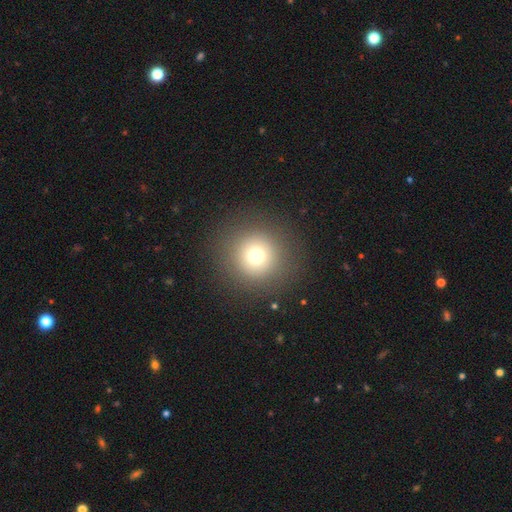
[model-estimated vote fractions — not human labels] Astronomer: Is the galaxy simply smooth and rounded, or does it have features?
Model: smooth — 72%.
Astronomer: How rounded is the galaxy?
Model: round — 95%.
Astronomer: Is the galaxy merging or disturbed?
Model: none — 89%.